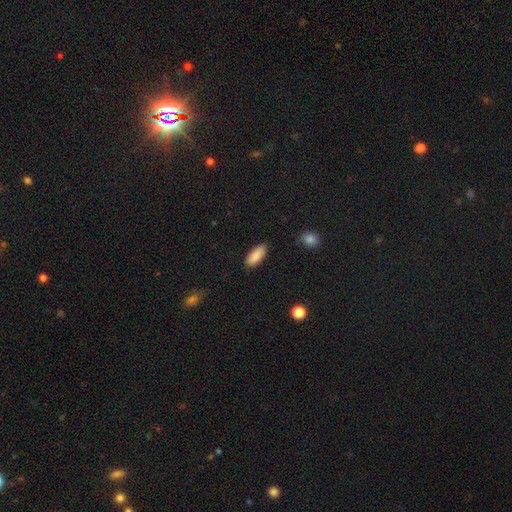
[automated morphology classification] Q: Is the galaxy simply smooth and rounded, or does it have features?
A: smooth — 89%.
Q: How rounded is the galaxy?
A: in between — 85%.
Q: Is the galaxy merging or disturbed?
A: none — 87%.